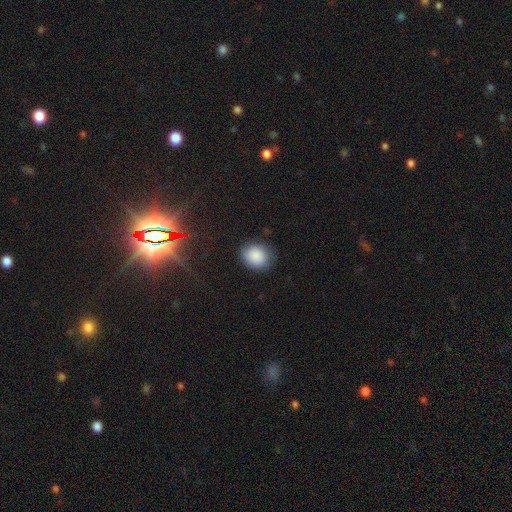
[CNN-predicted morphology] type=smooth (87%); roundness=round (68%); merging=none (80%).